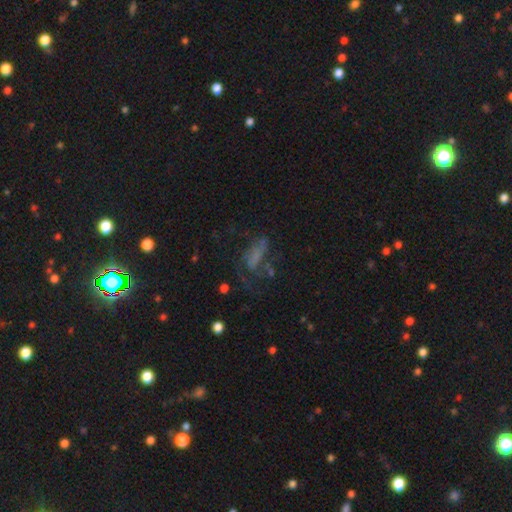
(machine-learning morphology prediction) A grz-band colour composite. It shows a featured or disk galaxy (40%). Merging: major disturbance (45%).